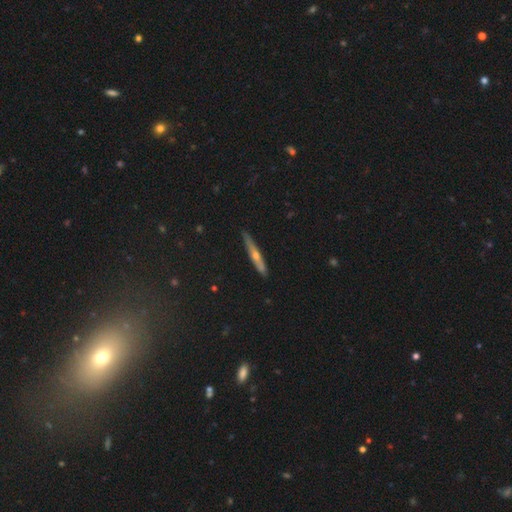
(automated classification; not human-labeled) The model was most divided on "smooth or featured": featured or disk: 61%, smooth: 31%, star or artifact: 8%. More confident: edge-on disk — yes (94%); merging — none (88%); edge-on bulge — rounded (81%).